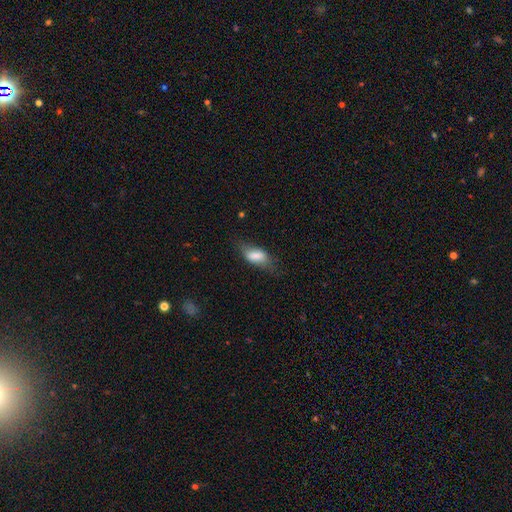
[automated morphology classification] Q: Smooth or featured?
A: smooth (73%); runner-up: featured or disk (20%)
Q: How rounded?
A: in between (78%); runner-up: cigar-shaped (17%)
Q: Merging?
A: none (55%); runner-up: minor disturbance (29%)